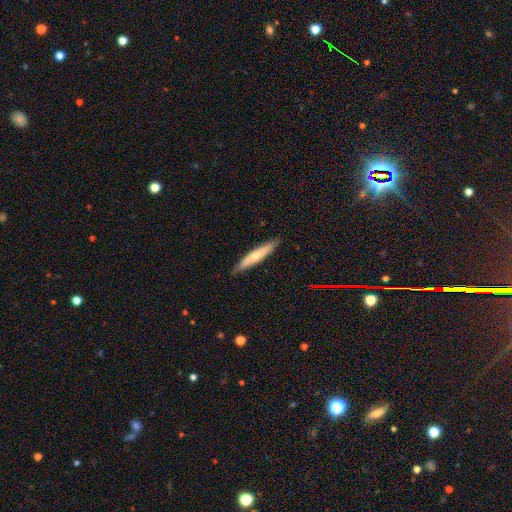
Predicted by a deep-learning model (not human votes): Smooth or featured: smooth — 54% (featured or disk — 40%)
How rounded: cigar-shaped — 89% (in between — 9%)
Merging: none — 87% (minor disturbance — 10%)